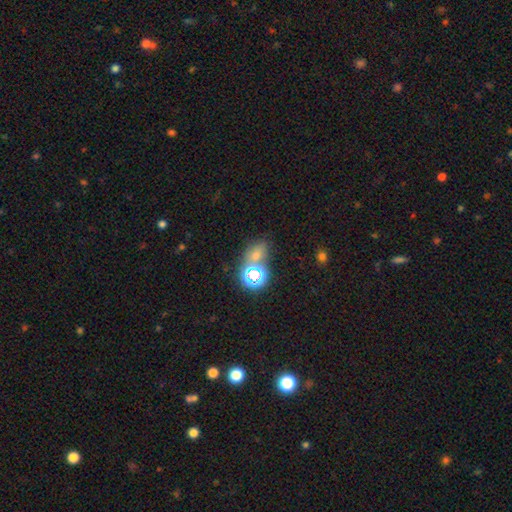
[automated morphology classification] A star or artifact, not a galaxy (47%).

Vote fractions:
- Smooth or featured? star or artifact: 47% / smooth: 41% / featured or disk: 12%